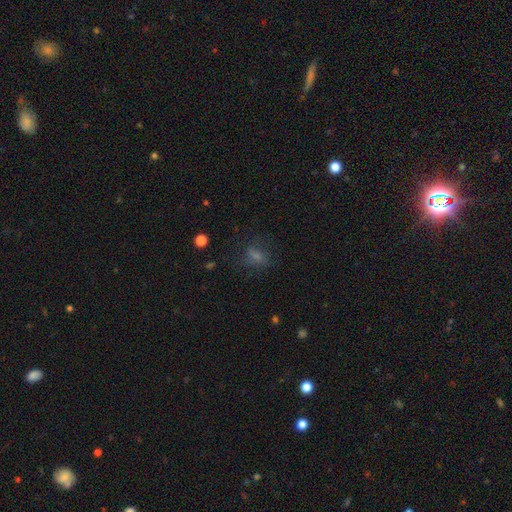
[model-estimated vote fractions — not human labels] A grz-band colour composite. It shows a smooth galaxy with no disk features (54%) that is in between round and cigar-shaped (64%). Merging: none (73%).